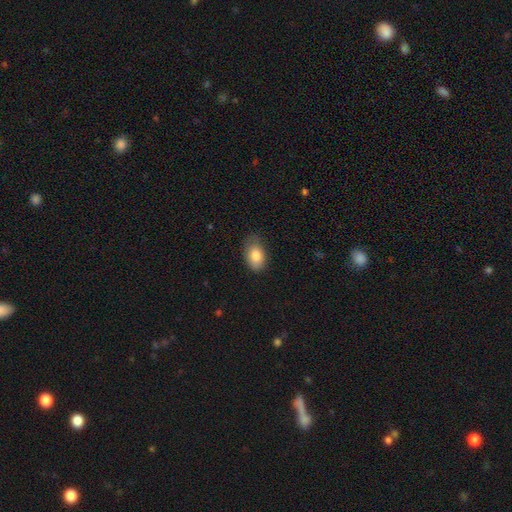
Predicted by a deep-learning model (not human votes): Smooth or featured? Predicted: smooth (p=0.83). How rounded? Predicted: in between (p=0.89). Merging? Predicted: none (p=0.64).